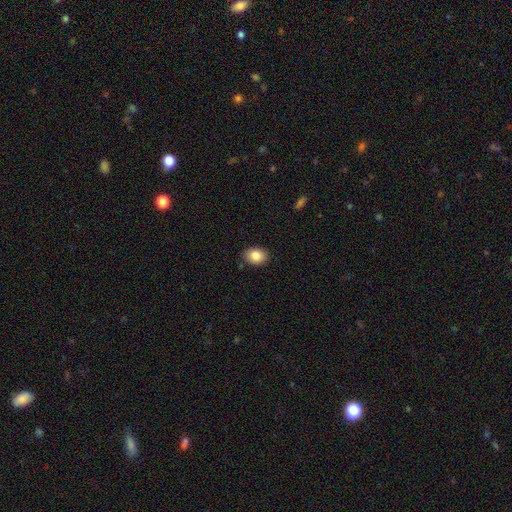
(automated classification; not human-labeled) This is clearly a smooth galaxy (86%). How rounded: likely in between (65%). Merging: clearly none (87%).